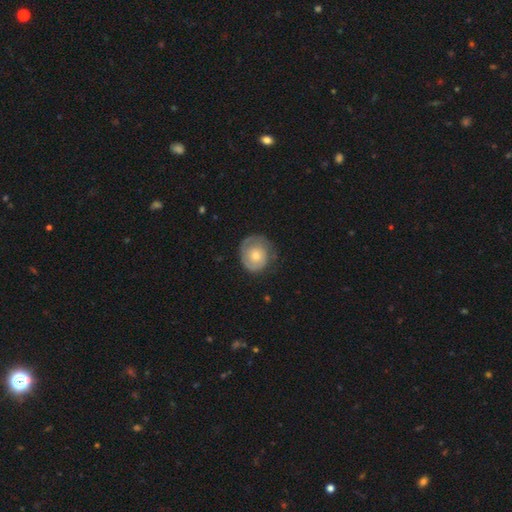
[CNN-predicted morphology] Smooth or featured? Predicted: smooth (p=0.49). Merging? Predicted: none (p=0.61).